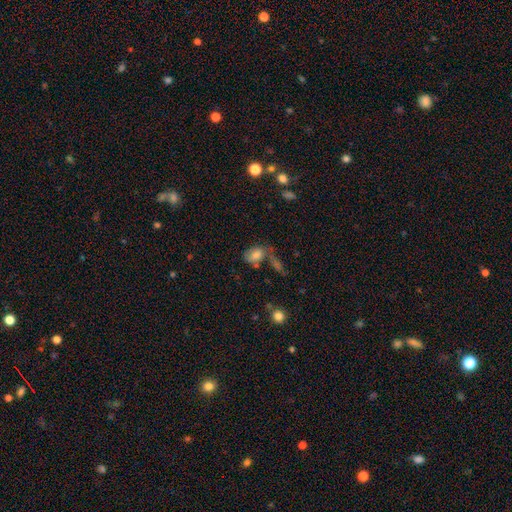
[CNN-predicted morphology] This is likely a smooth galaxy (74%). How rounded: clearly in between (84%). Merging: marginally none (43%).